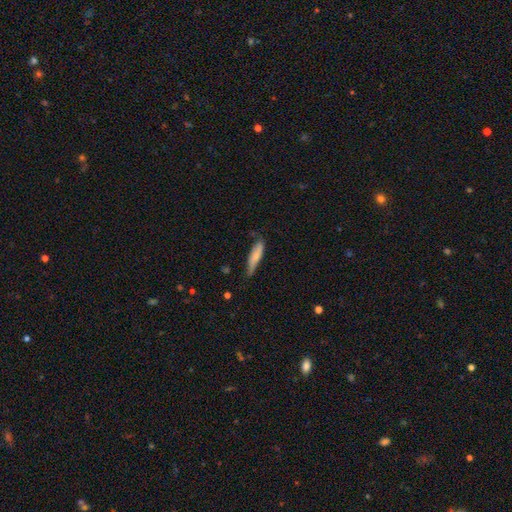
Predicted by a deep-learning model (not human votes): A smooth galaxy with no disk features (71%) that is cigar-shaped (73%). Merging: none (62%).